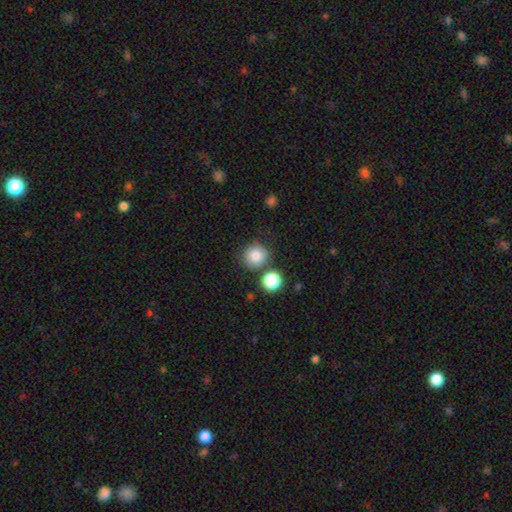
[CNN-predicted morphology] A smooth galaxy with no disk features (82%) that is round (91%).

Vote fractions:
- Smooth or featured? smooth: 82% / star or artifact: 11% / featured or disk: 7%
- How rounded? round: 91% / in between: 8% / cigar-shaped: 1%
- Merging? none: 77% / merger: 10% / minor disturbance: 10% / major disturbance: 3%